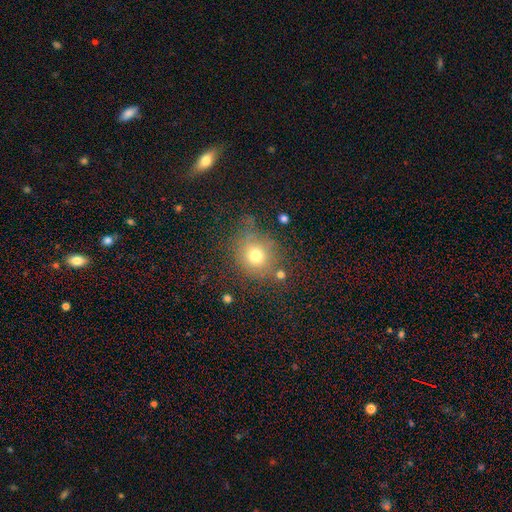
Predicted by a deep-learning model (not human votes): The model was most divided on "merging": none: 68%, minor disturbance: 18%, major disturbance: 8%, merger: 6%. More confident: how rounded — round (80%); smooth or featured — smooth (73%).